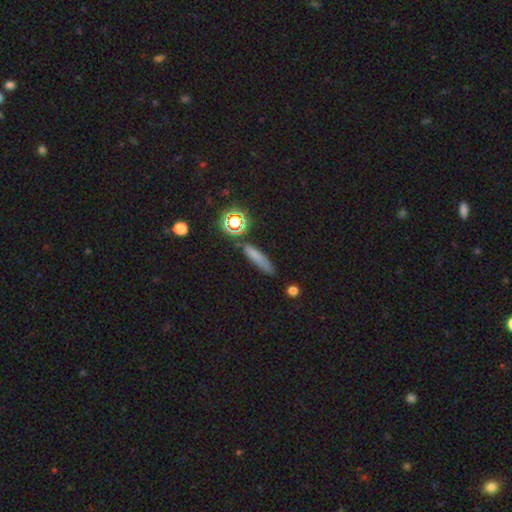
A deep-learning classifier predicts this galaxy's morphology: smooth-or-featured: smooth: 71% | star or artifact: 16% | featured or disk: 13%
  how-rounded: cigar-shaped: 83% | in between: 13% | round: 5%
  merging: none: 78% | minor disturbance: 14% | merger: 4% | major disturbance: 4%